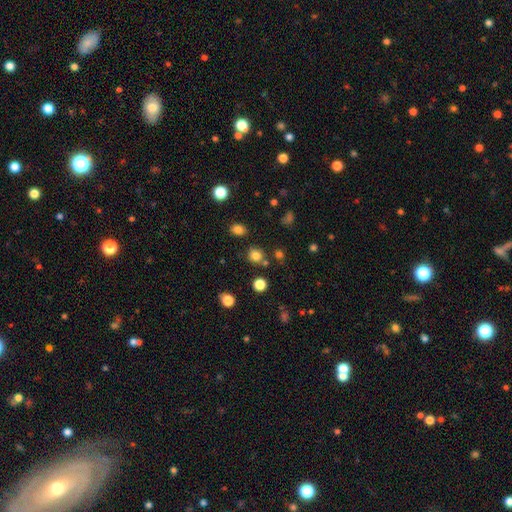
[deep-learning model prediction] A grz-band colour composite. It shows a smooth galaxy with no disk features (79%) that is round (82%). Merging: none (80%).